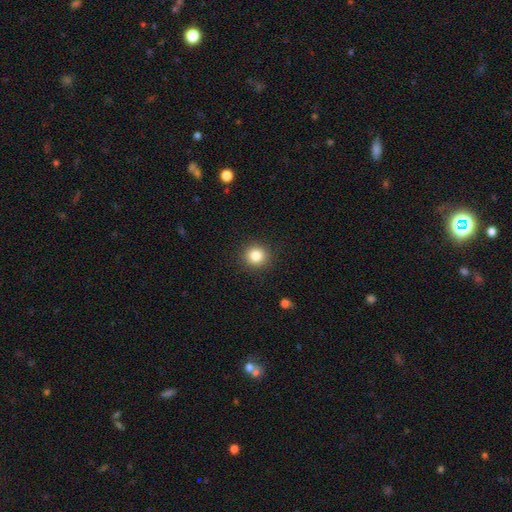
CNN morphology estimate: Smooth or featured?
  - smooth: 84% *
  - star or artifact: 10%
  - featured or disk: 6%
How rounded?
  - round: 91% *
  - in between: 8%
  - cigar-shaped: 1%
Merging?
  - none: 91% *
  - minor disturbance: 6%
  - major disturbance: 2%
  - merger: 1%